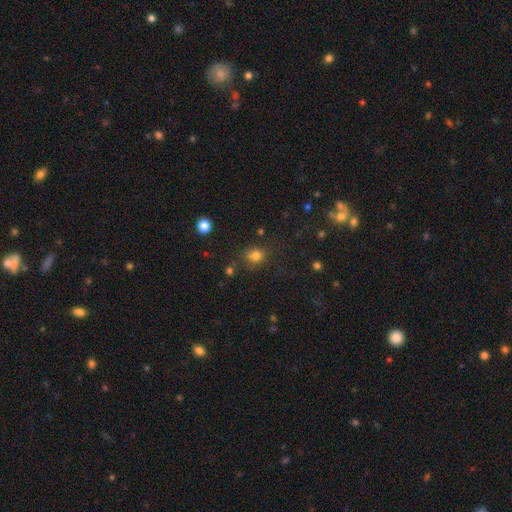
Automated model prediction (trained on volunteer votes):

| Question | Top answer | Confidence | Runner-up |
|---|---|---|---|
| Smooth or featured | smooth | 77% | star or artifact (16%) |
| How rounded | round | 70% | in between (29%) |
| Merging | none | 68% | minor disturbance (19%) |